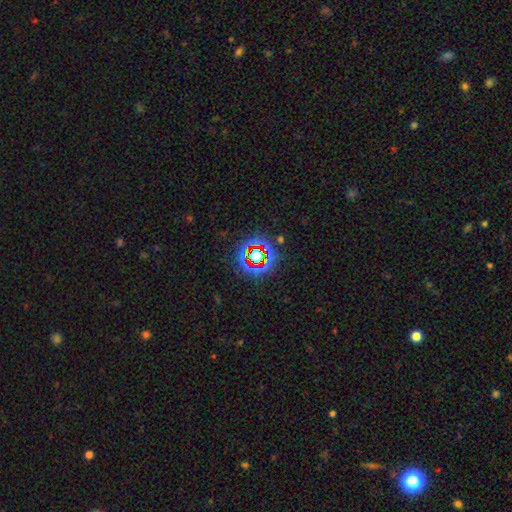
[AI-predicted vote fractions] This is likely a star or artifact rather than a galaxy (72%).